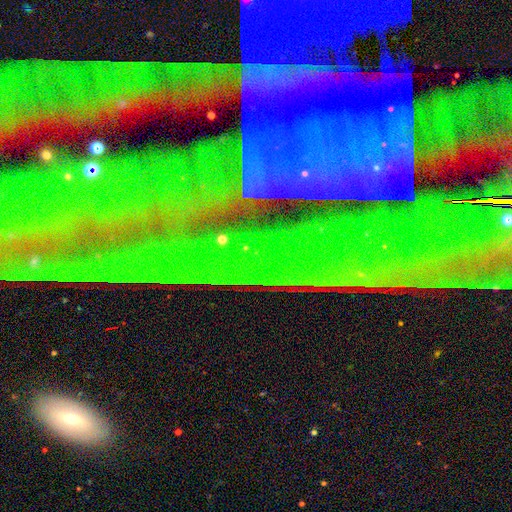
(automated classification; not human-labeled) Overall: star or artifact (78%).